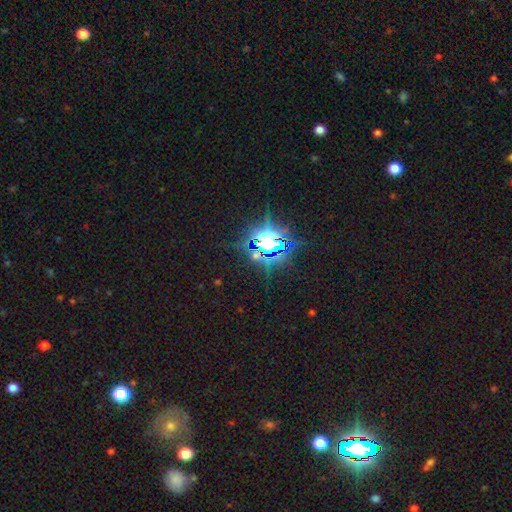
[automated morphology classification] A star or artifact, not a galaxy (83%).